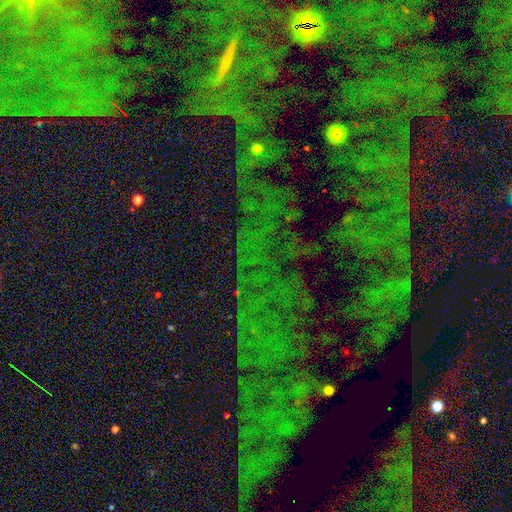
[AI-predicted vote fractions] This appears to be a star or artifact, not a galaxy (84%).